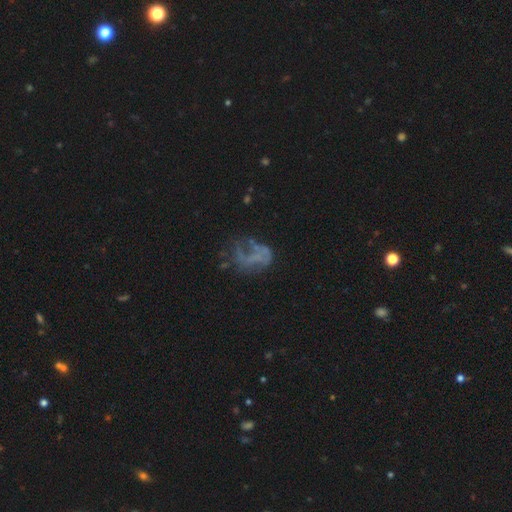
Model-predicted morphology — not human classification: The model was most divided on "merging": major disturbance: 38%, none: 37%, minor disturbance: 19%, merger: 6%. More confident: edge-on disk — no (98%); bulge size — none (84%); bar — no (83%); spiral arms — no (74%); smooth or featured — featured or disk (57%).